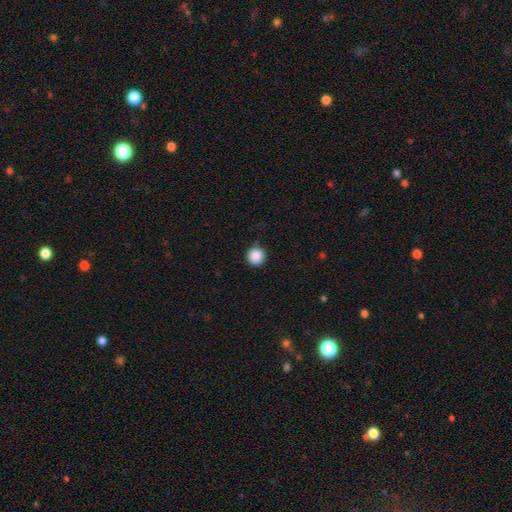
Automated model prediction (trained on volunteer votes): Smooth or featured? Predicted: smooth (p=0.88). How rounded? Predicted: round (p=0.96). Merging? Predicted: none (p=0.87).